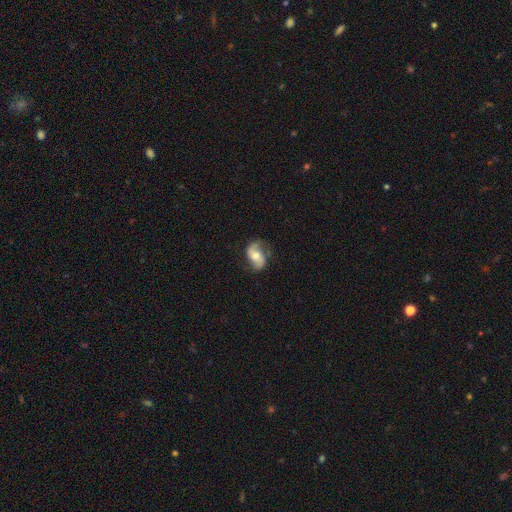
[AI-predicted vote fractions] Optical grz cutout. It shows a featured or disk galaxy (71%) with no bar (53%), 2 (90%) loose (53%) spiral arms (92%) and a moderate central bulge (64%). Merging: none (71%).